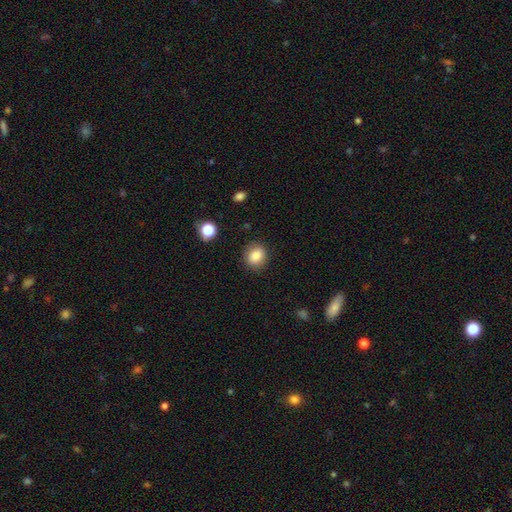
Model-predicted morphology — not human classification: The model was most divided on "how rounded": round: 67%, in between: 32%, cigar-shaped: 1%. More confident: merging — none (86%); smooth or featured — smooth (85%).